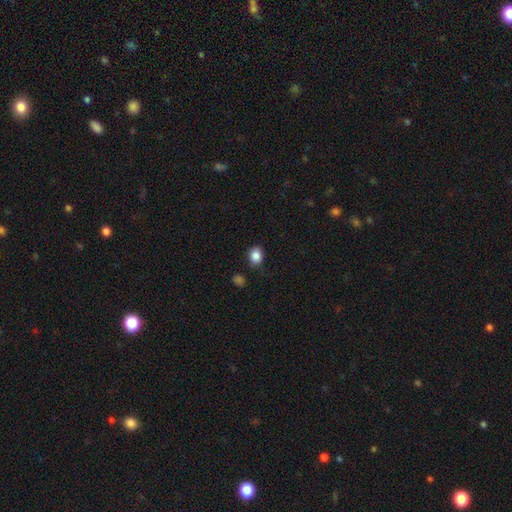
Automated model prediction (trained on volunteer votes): smooth 86%, star or artifact 10%, featured or disk 4%. Down the decision tree: how rounded — in between (51%); merging — none (83%).